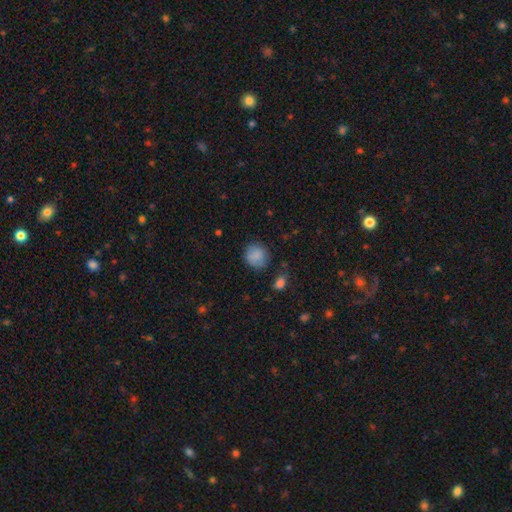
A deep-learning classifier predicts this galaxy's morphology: Smooth or featured? smooth (85%)
How rounded? round (83%)
Merging? none (75%)